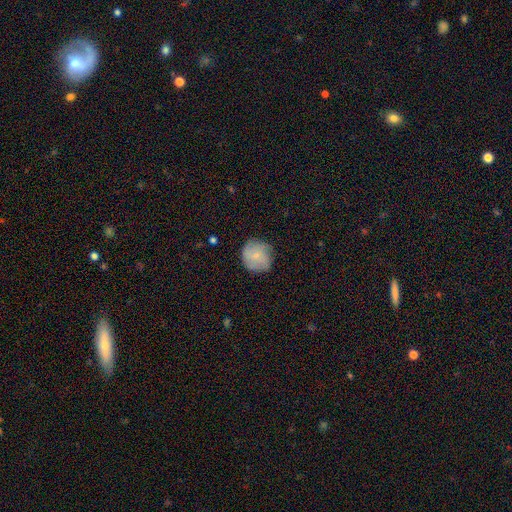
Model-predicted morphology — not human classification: The model was most divided on "smooth or featured": smooth: 60%, featured or disk: 32%, star or artifact: 8%. More confident: how rounded — round (90%); merging — none (72%).